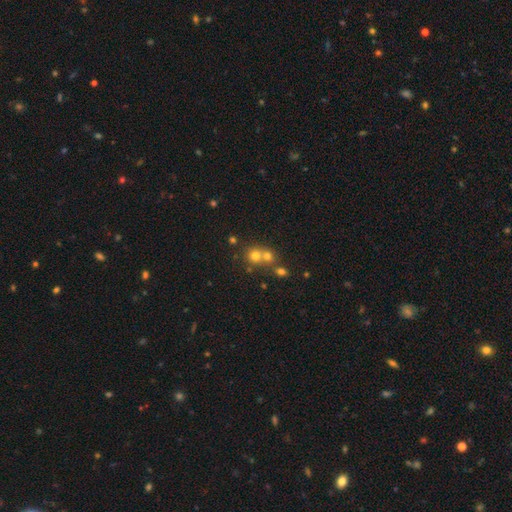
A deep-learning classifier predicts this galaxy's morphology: type=smooth (70%); roundness=round (85%); merging=merger (49%).